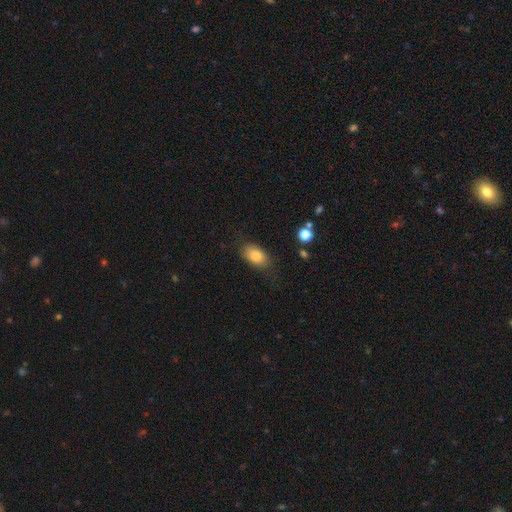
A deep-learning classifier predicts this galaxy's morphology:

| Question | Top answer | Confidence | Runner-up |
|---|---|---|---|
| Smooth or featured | smooth | 82% | featured or disk (10%) |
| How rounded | in between | 88% | round (10%) |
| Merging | none | 78% | minor disturbance (16%) |